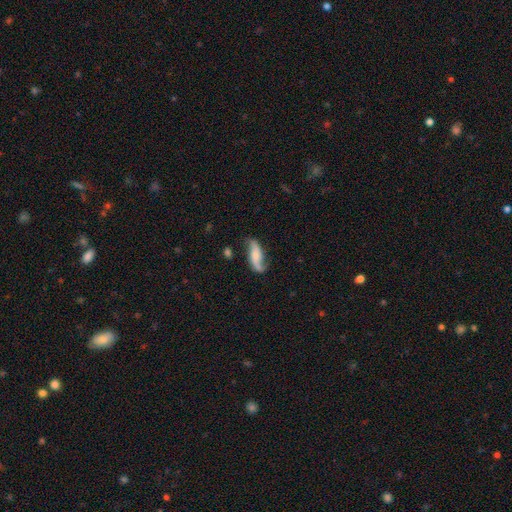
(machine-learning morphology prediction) smooth-or-featured: featured or disk: 70% | smooth: 23% | star or artifact: 7%
  disk-edge-on: no: 92% | yes: 8%
    bar: no: 54% | weak: 31% | strong: 16%
    has-spiral-arms: yes: 94% | no: 6%
      spiral-winding: loose: 76% | medium: 18% | tight: 6%
      spiral-arm-count: 2: 88% | 1: 7% | can't tell: 3% | 3: 1% | 4: 1% | more than 4: 1%
    bulge-size: none: 38% | small: 31% | moderate: 19% | large: 9% | dominant: 3%
  merging: none: 64% | minor disturbance: 22% | major disturbance: 10% | merger: 4%